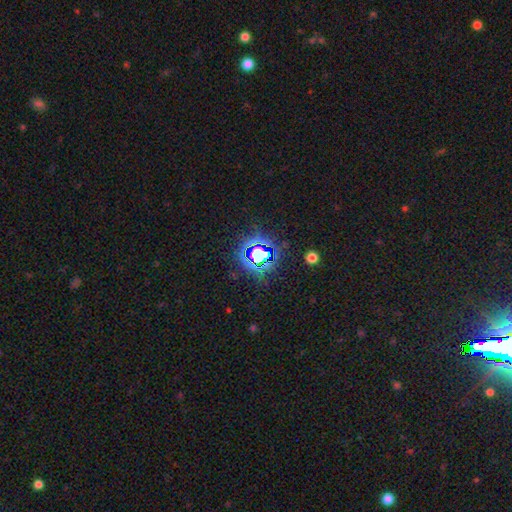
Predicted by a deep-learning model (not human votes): Overall: star or artifact (72%).